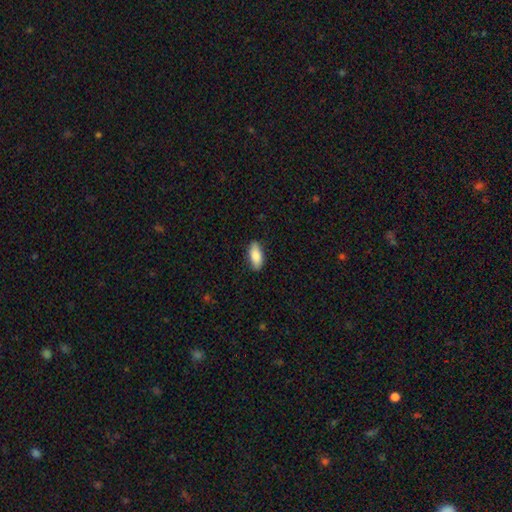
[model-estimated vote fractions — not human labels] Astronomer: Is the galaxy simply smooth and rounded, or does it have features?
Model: smooth — 87%.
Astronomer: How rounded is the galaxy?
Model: in between — 87%.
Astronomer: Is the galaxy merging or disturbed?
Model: none — 86%.